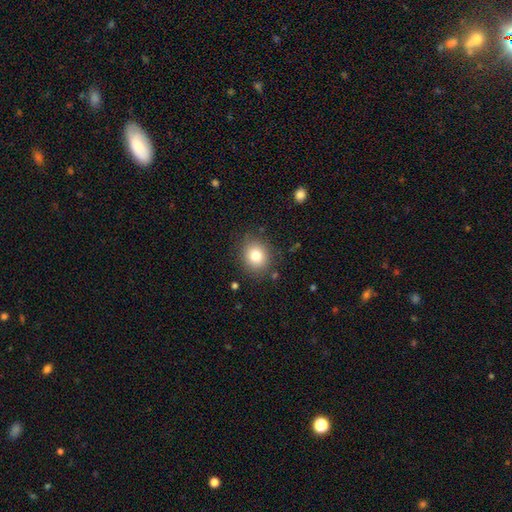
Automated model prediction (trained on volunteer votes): This is likely a smooth galaxy (79%). How rounded: likely round (73%). Merging: clearly none (84%).